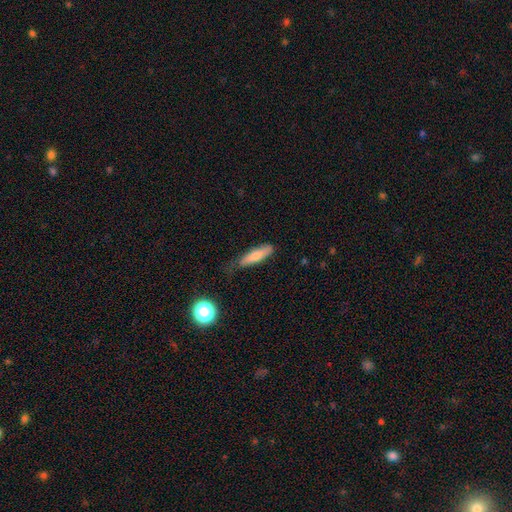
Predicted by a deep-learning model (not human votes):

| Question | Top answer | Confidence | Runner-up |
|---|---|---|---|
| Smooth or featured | smooth | 75% | featured or disk (18%) |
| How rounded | cigar-shaped | 71% | in between (27%) |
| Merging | none | 64% | minor disturbance (27%) |